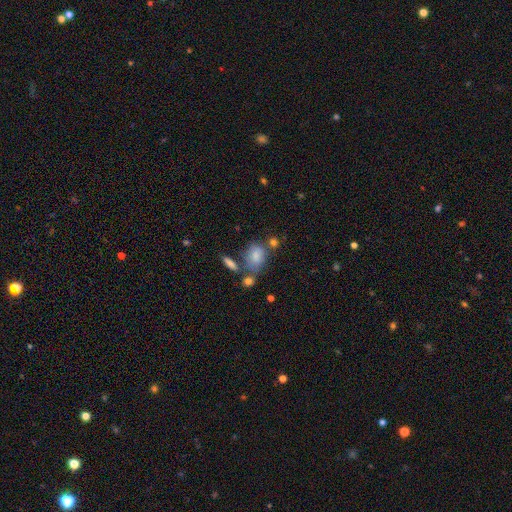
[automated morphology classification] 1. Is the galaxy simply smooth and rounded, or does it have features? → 70% smooth, 16% star or artifact, 14% featured or disk.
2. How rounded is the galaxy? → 75% in between, 22% round, 3% cigar-shaped.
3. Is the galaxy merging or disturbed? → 56% none, 22% merger, 16% minor disturbance, 6% major disturbance.